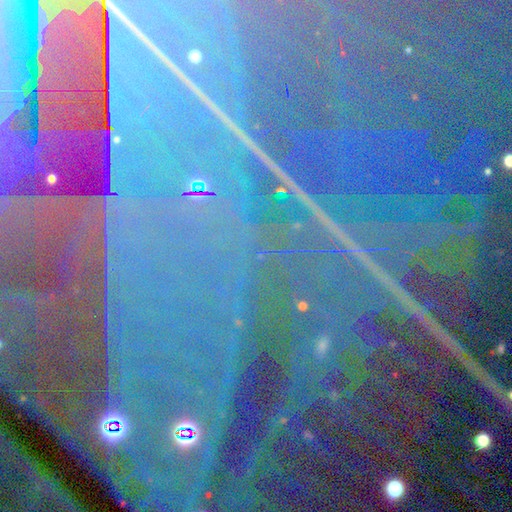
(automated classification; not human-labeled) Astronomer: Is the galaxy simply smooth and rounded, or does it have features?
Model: star or artifact — 90%.